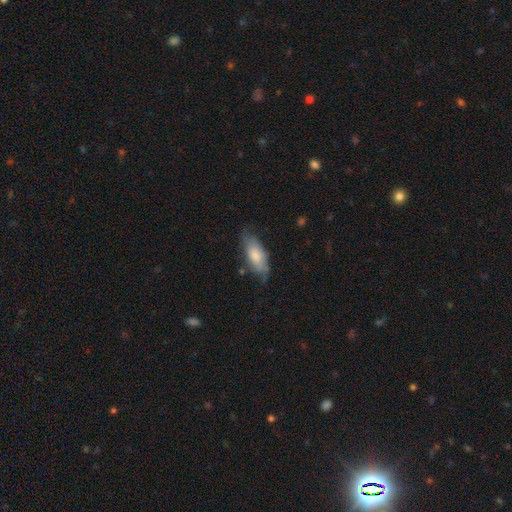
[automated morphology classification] This appears to be a smooth galaxy with no disk features (68%) that is in between round and cigar-shaped (80%). Merging: none (55%).